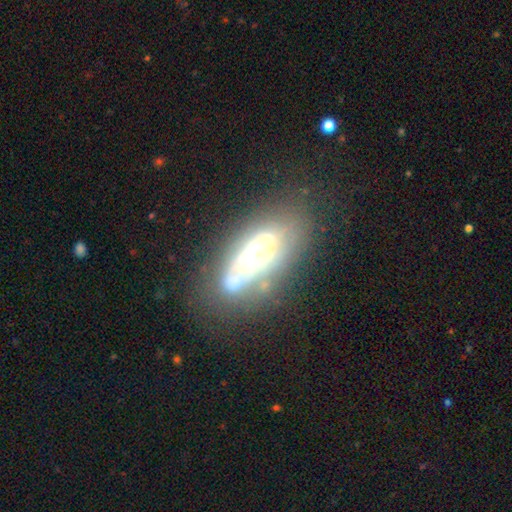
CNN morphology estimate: smooth_or_featured: featured or disk (p=0.73) [alt: smooth p=0.18]
disk_edge_on: no (p=0.86) [alt: yes p=0.14]
bar: no (p=0.76) [alt: weak p=0.15]
has_spiral_arms: yes (p=0.52) [alt: no p=0.48]
bulge_size: moderate (p=0.46) [alt: large p=0.26]
merging: none (p=0.61) [alt: minor disturbance p=0.20]